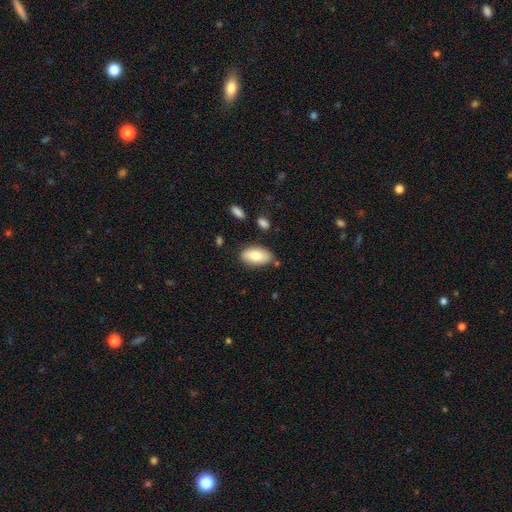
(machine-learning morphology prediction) This appears to be a smooth galaxy with no disk features (79%) that is in between round and cigar-shaped (94%). Merging: none (78%).